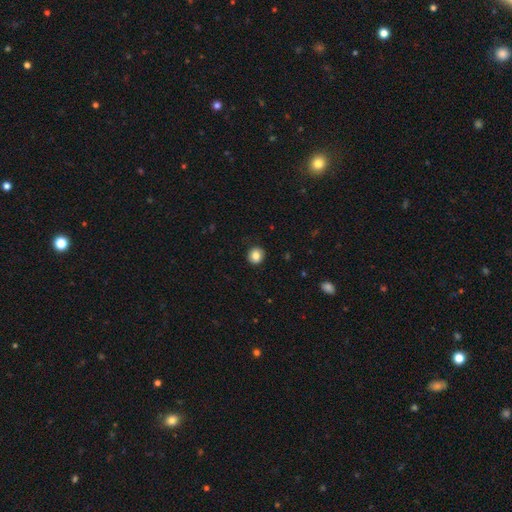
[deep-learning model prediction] The model was most divided on "smooth or featured": smooth: 84%, star or artifact: 9%, featured or disk: 6%. More confident: merging — none (90%); how rounded — round (88%).